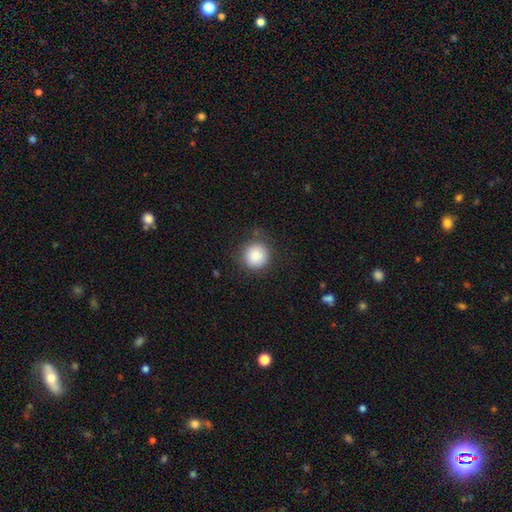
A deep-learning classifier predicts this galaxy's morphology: smooth-or-featured: smooth: 85% | star or artifact: 9% | featured or disk: 6%
  how-rounded: round: 93% | in between: 6% | cigar-shaped: 1%
  merging: none: 83% | minor disturbance: 12% | major disturbance: 4% | merger: 1%